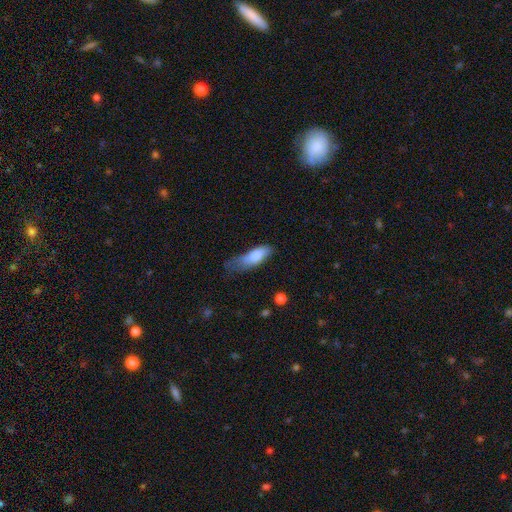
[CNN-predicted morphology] Smooth or featured? Predicted: smooth (p=0.78). How rounded? Predicted: in between (p=0.70). Merging? Predicted: minor disturbance (p=0.42).